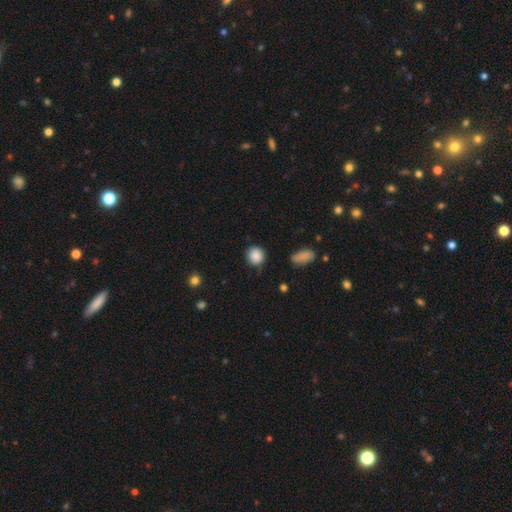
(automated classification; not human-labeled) Smooth or featured? smooth (88%)
How rounded? round (85%)
Merging? none (83%)